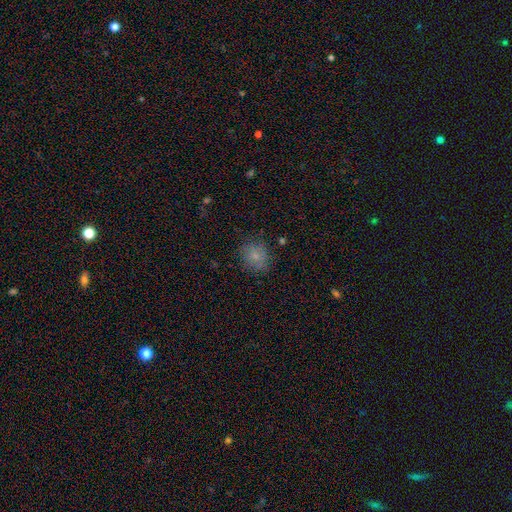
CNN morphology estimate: A smooth galaxy with no disk features (78%) that is round (74%).

Vote fractions:
- Smooth or featured? smooth: 78% / star or artifact: 12% / featured or disk: 11%
- How rounded? round: 74% / in between: 25% / cigar-shaped: 1%
- Merging? none: 80% / minor disturbance: 15% / major disturbance: 4% / merger: 1%